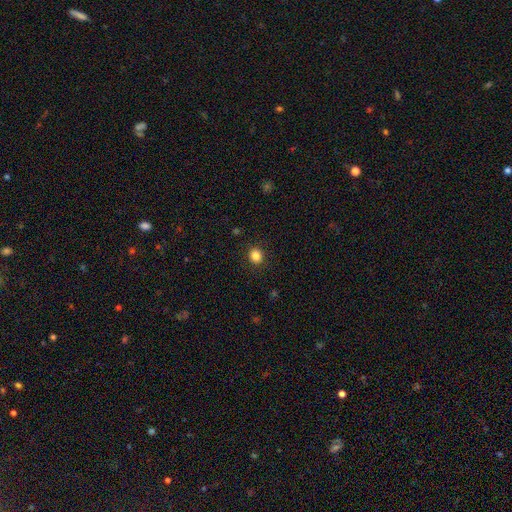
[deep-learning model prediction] Overall: smooth (85%). How rounded: round (76%). Merging: none (91%).